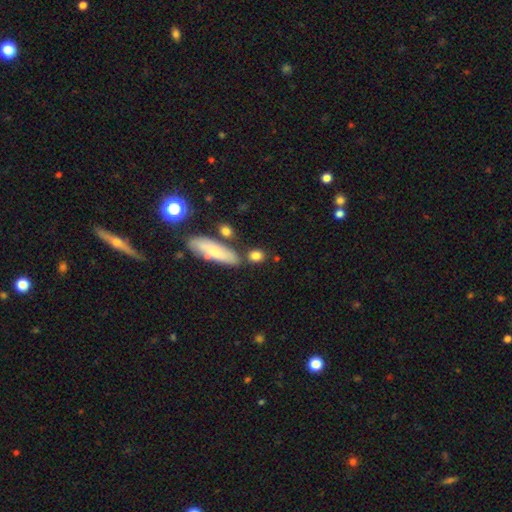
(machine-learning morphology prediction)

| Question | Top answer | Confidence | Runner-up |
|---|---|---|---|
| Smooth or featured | smooth | 81% | featured or disk (10%) |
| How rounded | round | 48% | in between (41%) |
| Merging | none | 69% | minor disturbance (13%) |